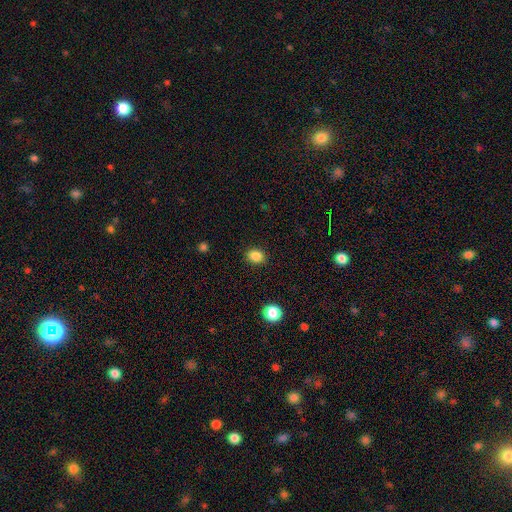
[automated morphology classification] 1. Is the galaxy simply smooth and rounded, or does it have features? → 85% smooth, 11% star or artifact, 4% featured or disk.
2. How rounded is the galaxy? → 51% round, 48% in between, 1% cigar-shaped.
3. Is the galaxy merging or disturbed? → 89% none, 7% minor disturbance, 2% major disturbance, 1% merger.